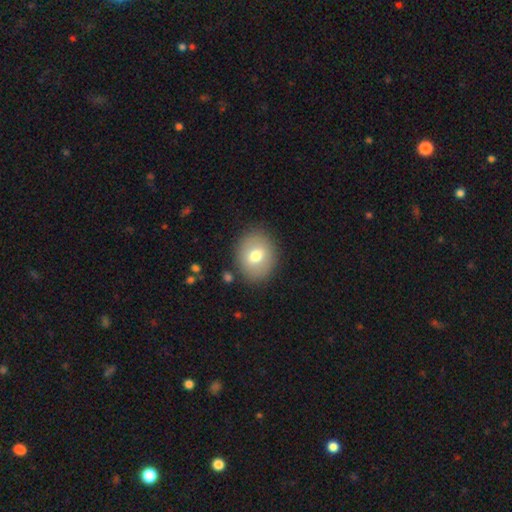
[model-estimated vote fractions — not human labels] This is likely a smooth galaxy (70%). How rounded: possibly round (59%). Merging: clearly none (86%).